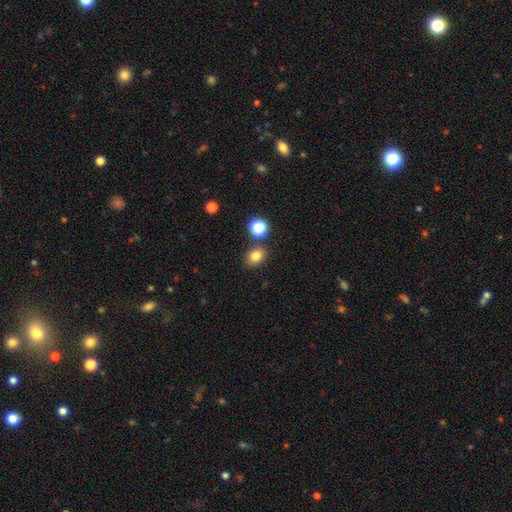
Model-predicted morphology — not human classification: This is clearly a smooth galaxy (81%). How rounded: possibly in between (54%). Merging: likely none (79%).